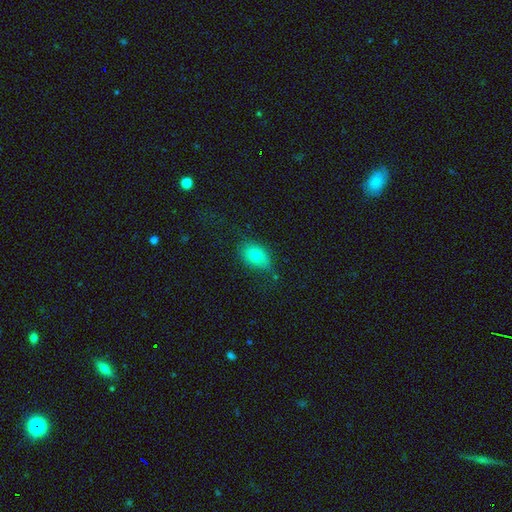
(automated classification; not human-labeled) Morphology: type=smooth (75%); roundness=in between (73%); merging=none (66%).